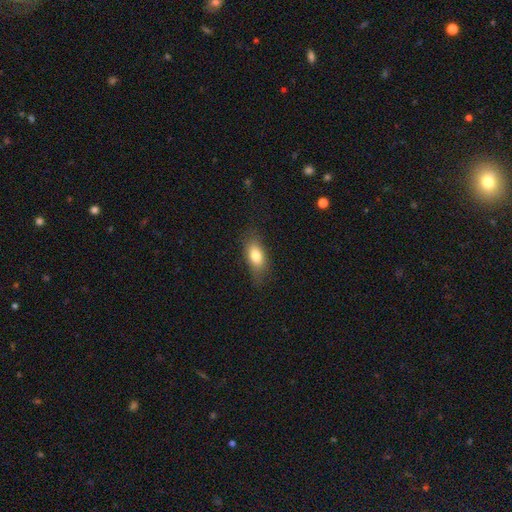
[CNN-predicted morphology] Overall: smooth (78%). How rounded: in between (84%). Merging: none (74%).